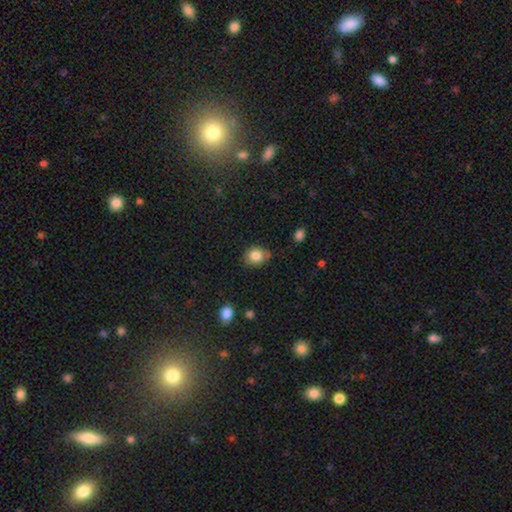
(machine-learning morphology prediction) smooth_or_featured: smooth (p=0.84) [alt: star or artifact p=0.09]
how_rounded: round (p=0.50) [alt: in between p=0.49]
merging: none (p=0.74) [alt: minor disturbance p=0.21]